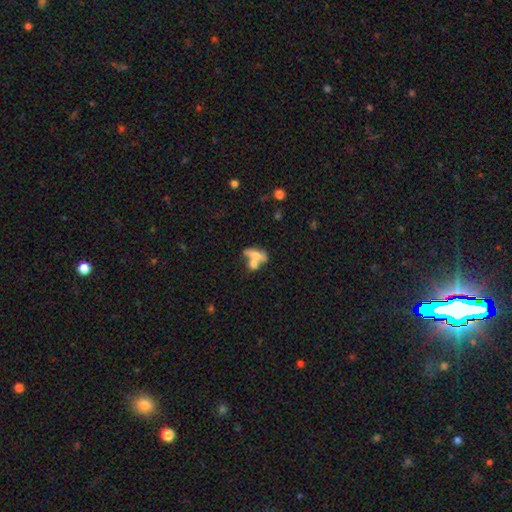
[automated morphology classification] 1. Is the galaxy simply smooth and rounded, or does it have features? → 62% smooth, 30% featured or disk, 9% star or artifact.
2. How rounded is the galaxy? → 66% in between, 23% cigar-shaped, 11% round.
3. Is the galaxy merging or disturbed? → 50% merger, 33% none, 10% minor disturbance, 6% major disturbance.